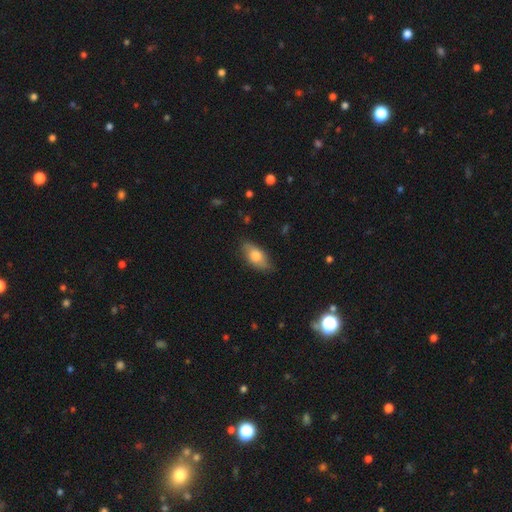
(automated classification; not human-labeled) A smooth galaxy with no disk features (72%) that is in between round and cigar-shaped (88%). Merging: none (79%).